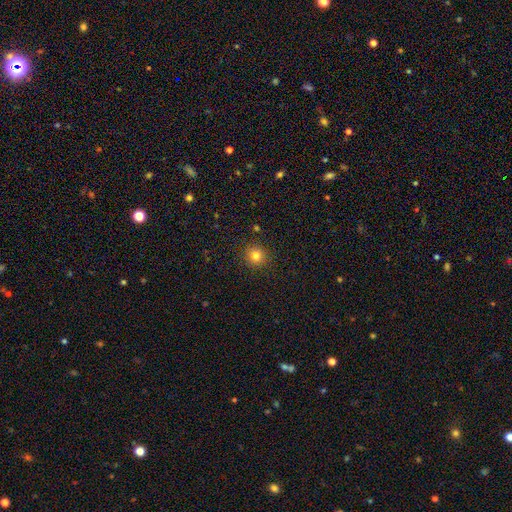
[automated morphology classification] smooth 81%, star or artifact 13%, featured or disk 6%. Down the decision tree: how rounded — round (94%); merging — none (91%).